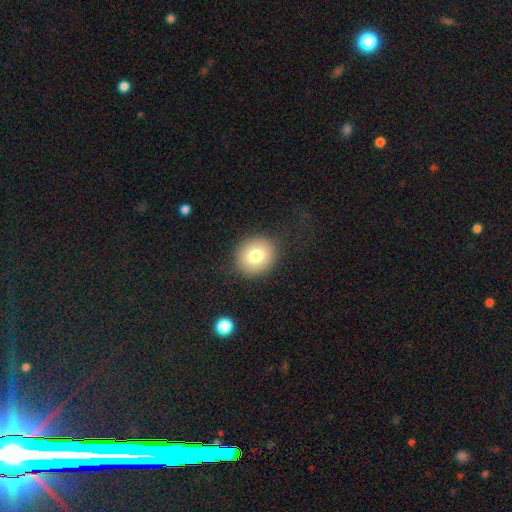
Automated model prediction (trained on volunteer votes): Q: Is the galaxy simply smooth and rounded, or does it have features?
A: smooth — 77%.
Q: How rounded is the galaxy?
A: round — 77%.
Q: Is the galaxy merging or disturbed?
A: none — 87%.